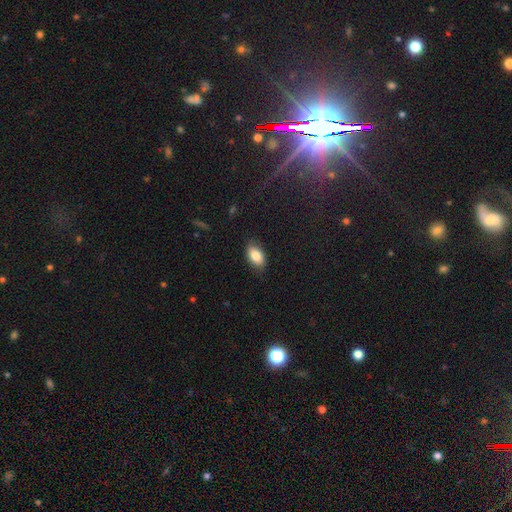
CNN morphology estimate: smooth-or-featured: smooth: 83% | featured or disk: 10% | star or artifact: 7%
  how-rounded: in between: 92% | round: 6% | cigar-shaped: 2%
  merging: none: 83% | minor disturbance: 14% | major disturbance: 3% | merger: 1%